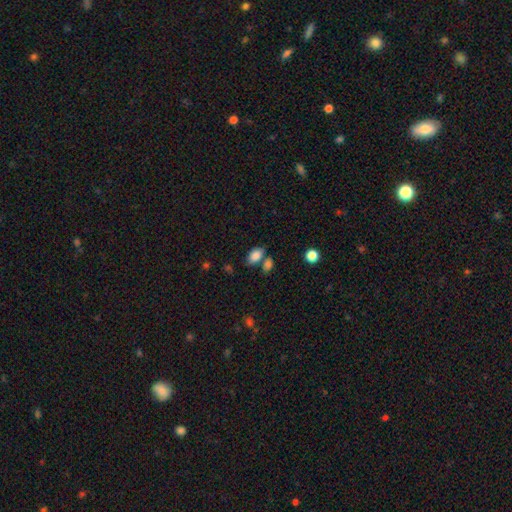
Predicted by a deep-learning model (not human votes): This appears to be a smooth galaxy with no disk features (84%) that is in between round and cigar-shaped (88%). Merging: none (58%).